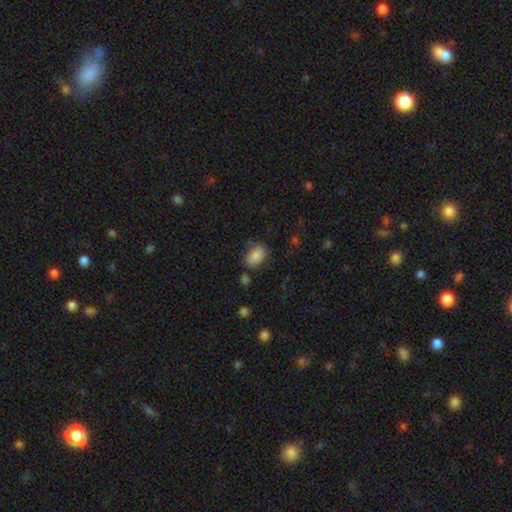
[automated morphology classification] A smooth galaxy with no disk features (83%) that is in between round and cigar-shaped (86%). Merging: none (72%).